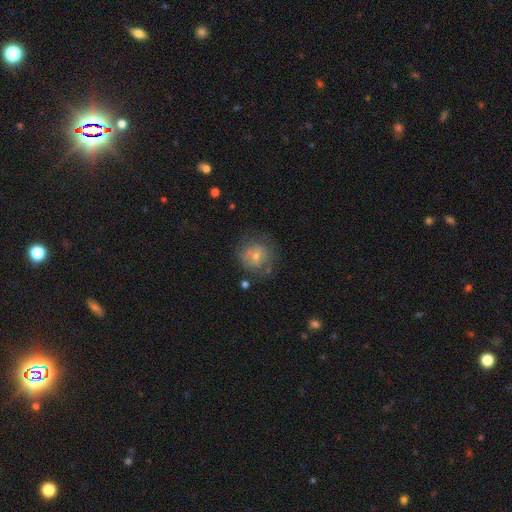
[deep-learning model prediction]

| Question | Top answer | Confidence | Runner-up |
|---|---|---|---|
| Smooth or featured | smooth | 57% | featured or disk (33%) |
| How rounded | round | 85% | in between (14%) |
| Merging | none | 59% | minor disturbance (22%) |